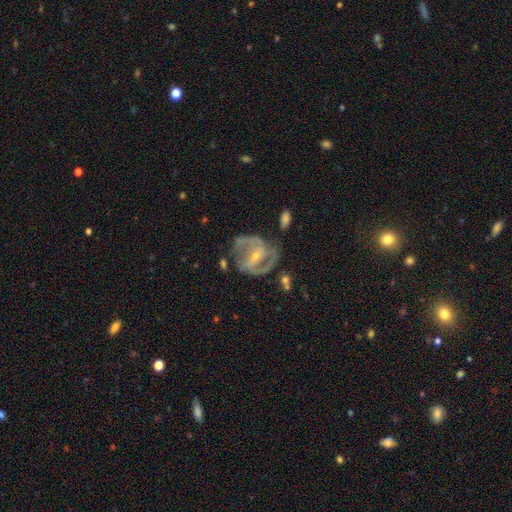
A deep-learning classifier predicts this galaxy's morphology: Smooth or featured: featured or disk — 88% (smooth — 6%)
Edge-on disk: no — 97% (yes — 3%)
Bar: strong — 50% (weak — 32%)
Spiral arms: yes — 95% (no — 5%)
Spiral winding: medium — 54% (tight — 30%)
Spiral arm count: 2 — 82% (can't tell — 6%)
Bulge size: small — 68% (moderate — 29%)
Merging: none — 64% (minor disturbance — 19%)